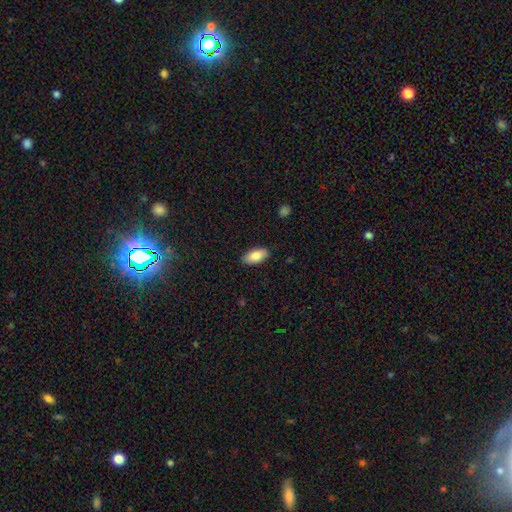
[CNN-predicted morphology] Smooth or featured? Predicted: smooth (p=0.84). How rounded? Predicted: in between (p=0.92). Merging? Predicted: none (p=0.87).